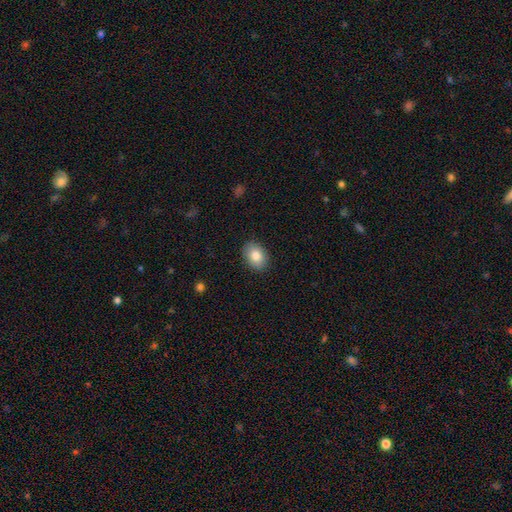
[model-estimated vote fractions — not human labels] smooth_or_featured: smooth (p=0.84) [alt: featured or disk p=0.09]
how_rounded: in between (p=0.75) [alt: round p=0.24]
merging: none (p=0.89) [alt: minor disturbance p=0.08]